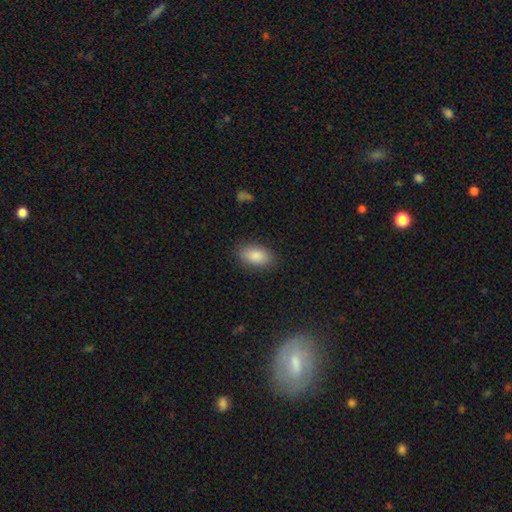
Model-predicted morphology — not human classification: Overall: smooth (88%). How rounded: in between (92%). Merging: none (86%).